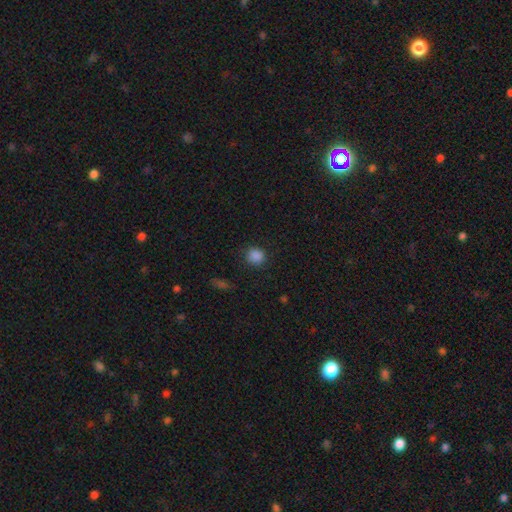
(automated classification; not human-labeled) This appears to be a smooth galaxy with no disk features (85%) that is round (86%). Merging: none (87%).